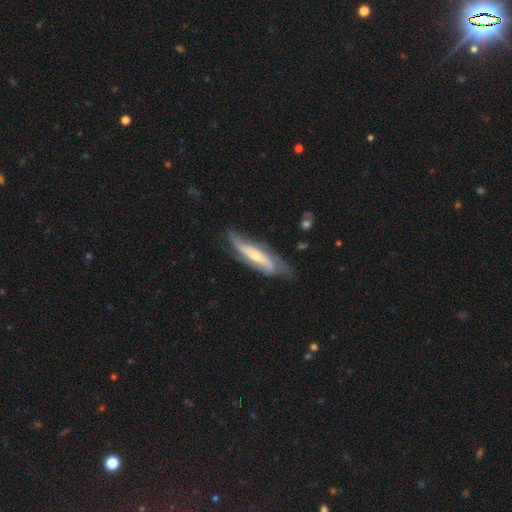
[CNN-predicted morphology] Overall: featured or disk (71%). Edge-on disk: no (68%; yes 32%). Merging: none (63%; minor disturbance 25%).